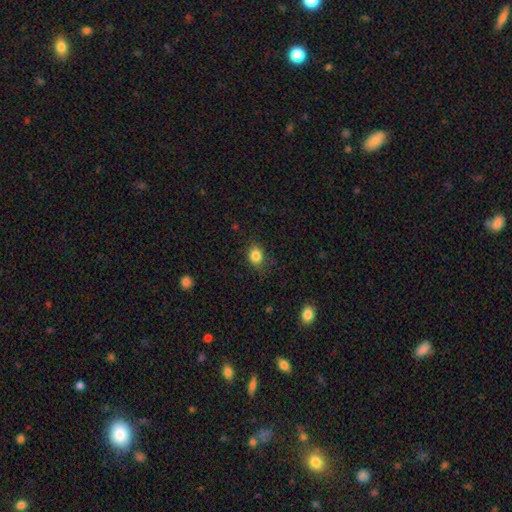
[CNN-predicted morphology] Smooth or featured? Predicted: smooth (p=0.85). How rounded? Predicted: round (p=0.53). Merging? Predicted: none (p=0.79).